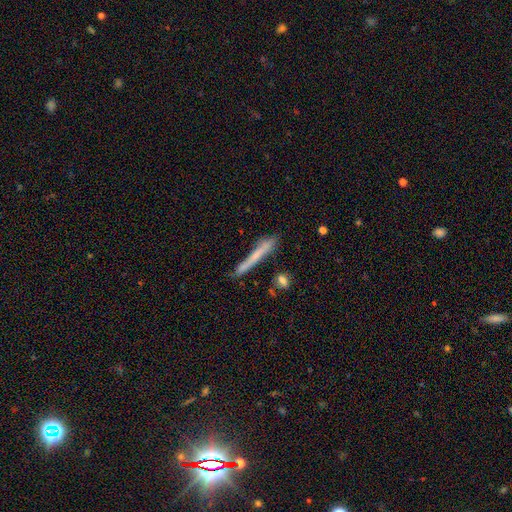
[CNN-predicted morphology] smooth_or_featured: smooth (p=0.59) [alt: featured or disk p=0.33]
how_rounded: cigar-shaped (p=0.96) [alt: in between p=0.02]
merging: none (p=0.74) [alt: minor disturbance p=0.17]